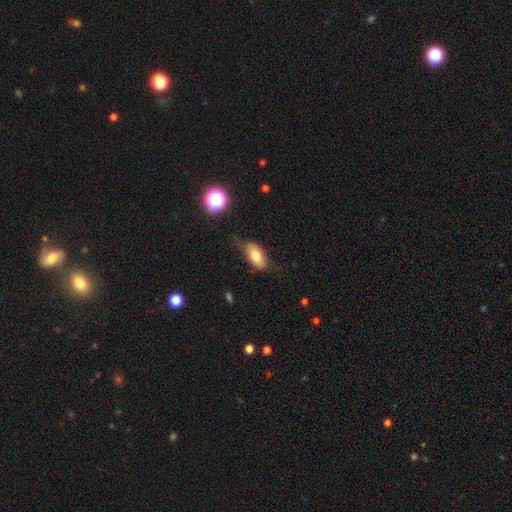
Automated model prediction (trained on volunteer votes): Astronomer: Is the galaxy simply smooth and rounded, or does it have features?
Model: smooth — 69%.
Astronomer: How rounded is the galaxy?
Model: in between — 88%.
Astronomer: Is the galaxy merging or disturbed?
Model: none — 60%.